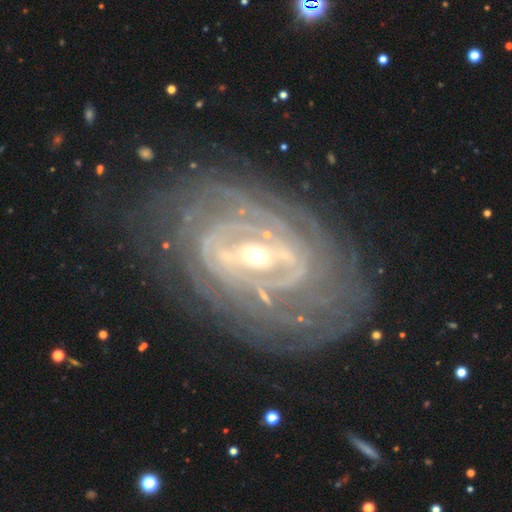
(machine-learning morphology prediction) Smooth or featured? featured or disk (88%)
Edge-on disk? no (94%)
Bar? strong (53%)
Spiral arms? yes (92%)
Spiral winding? tight (78%)
Spiral arm count? can't tell (40%)
Bulge size? small (50%)
Merging? none (76%)